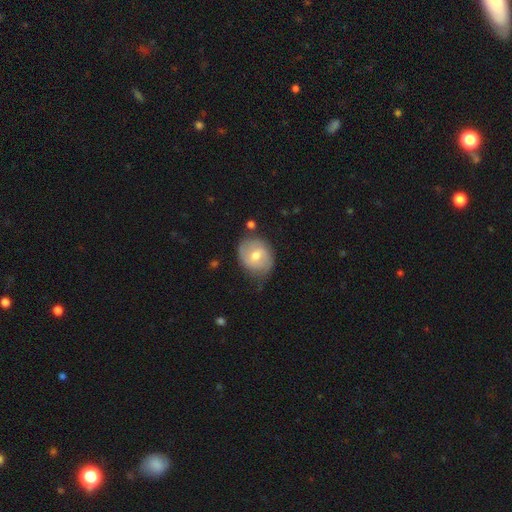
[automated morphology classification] Smooth or featured? Predicted: smooth (p=0.47). Merging? Predicted: none (p=0.62).